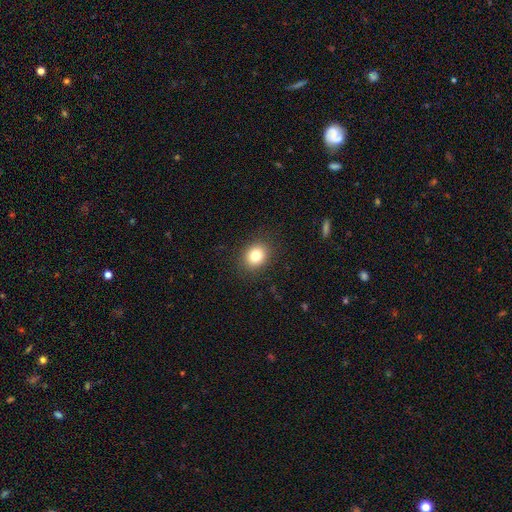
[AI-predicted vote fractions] Overall: smooth (81%). How rounded: round (62%; in between 37%). Merging: none (88%).